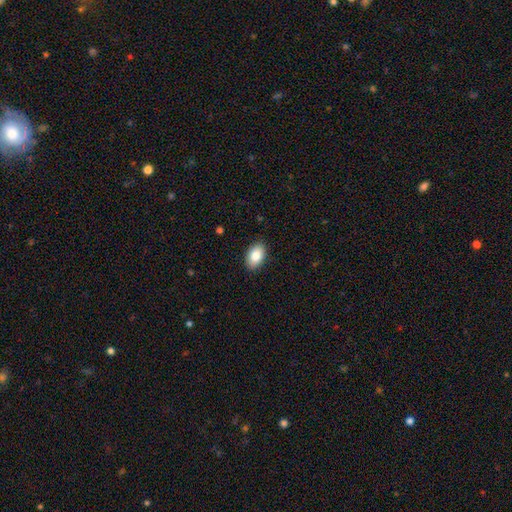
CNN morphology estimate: Smooth or featured? Predicted: smooth (p=0.85). How rounded? Predicted: in between (p=0.92). Merging? Predicted: none (p=0.89).